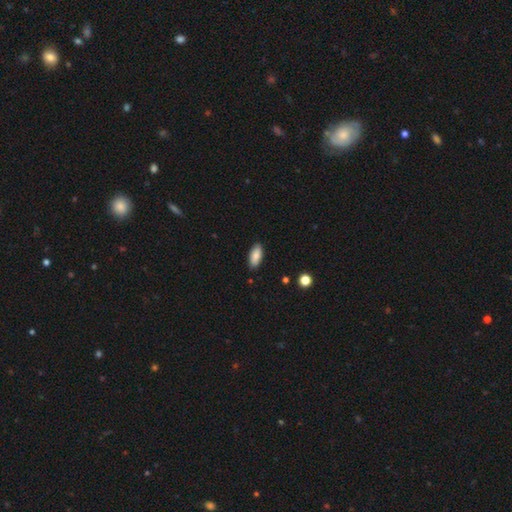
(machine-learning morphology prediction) Q: Smooth or featured?
A: smooth (86%); runner-up: featured or disk (8%)
Q: How rounded?
A: in between (87%); runner-up: cigar-shaped (11%)
Q: Merging?
A: none (88%); runner-up: minor disturbance (9%)